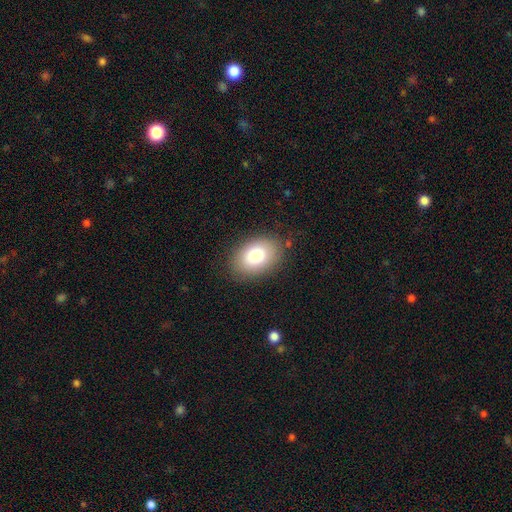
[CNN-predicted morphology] This is clearly a smooth galaxy (81%). How rounded: clearly in between (84%). Merging: clearly none (82%).